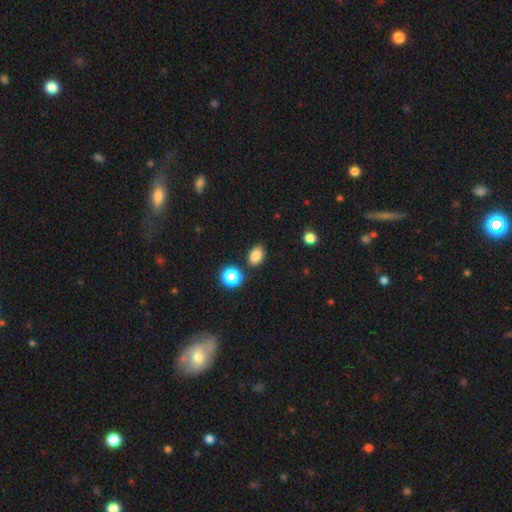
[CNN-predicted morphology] smooth 83%, star or artifact 12%, featured or disk 5%. Down the decision tree: how rounded — in between (77%); merging — none (82%).